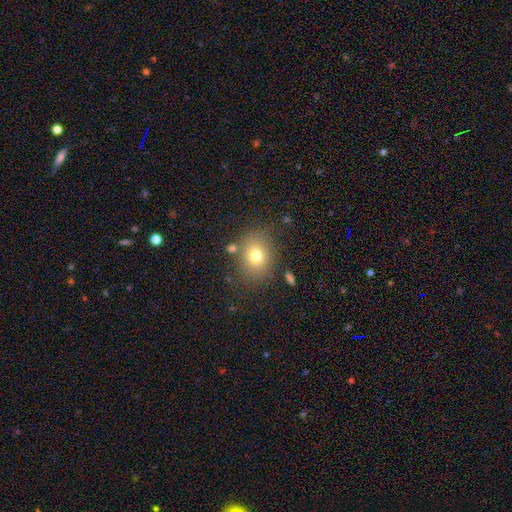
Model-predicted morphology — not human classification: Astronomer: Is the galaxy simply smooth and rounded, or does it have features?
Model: smooth — 73%.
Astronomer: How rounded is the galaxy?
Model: round — 58% (runner-up: in between, 42%).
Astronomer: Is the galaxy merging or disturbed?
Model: none — 78%.